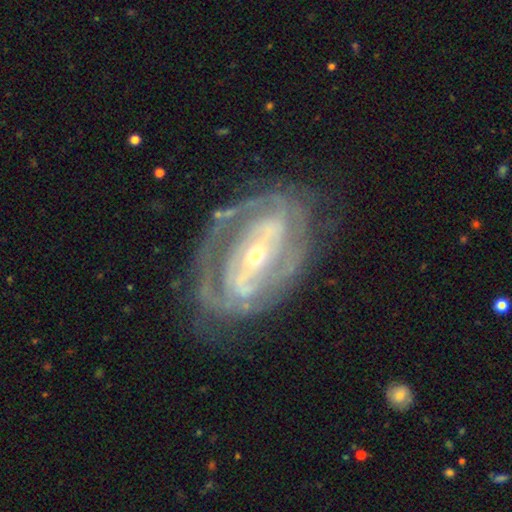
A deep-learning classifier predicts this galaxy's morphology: This appears to be a featured or disk galaxy (88%) with a strong bar (49%), 2 (42%) tight (66%) spiral arms (92%) and a small central bulge (65%). Merging: none (71%).